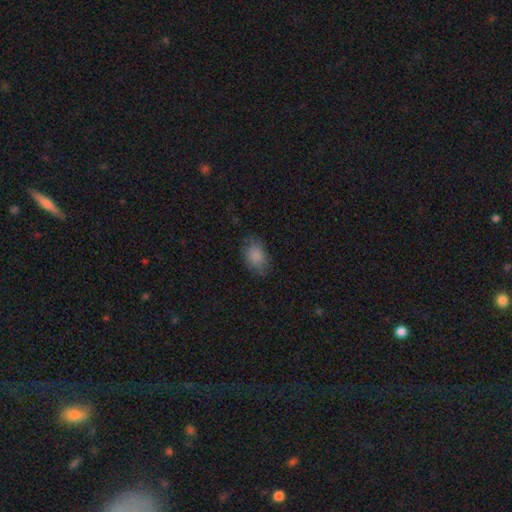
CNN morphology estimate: This appears to be a smooth galaxy with no disk features (84%) that is in between round and cigar-shaped (80%). Merging: none (73%).